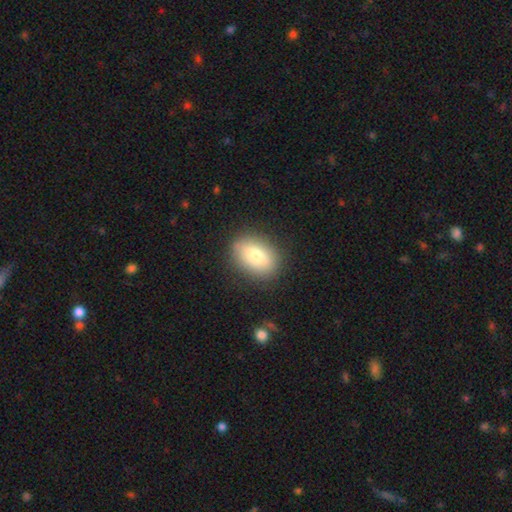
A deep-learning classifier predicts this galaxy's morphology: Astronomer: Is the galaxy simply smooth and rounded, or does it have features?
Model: smooth — 76%.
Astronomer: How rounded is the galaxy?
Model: in between — 79%.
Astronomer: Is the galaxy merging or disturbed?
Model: none — 85%.